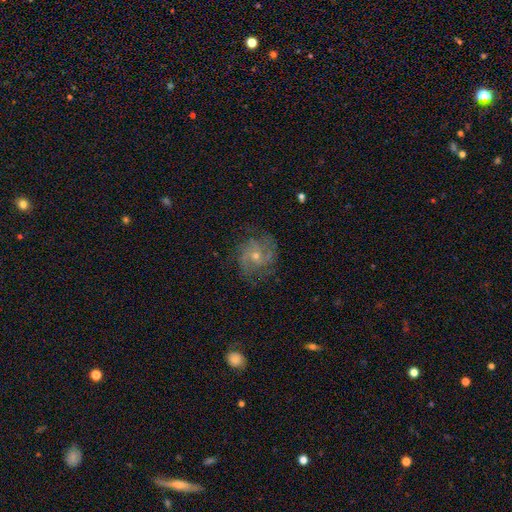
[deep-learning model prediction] A featured or disk galaxy (79%) with no bar (63%), 2 (51%) medium (49%) spiral arms (95%) and a small central bulge (55%).

Vote fractions:
- Smooth or featured? featured or disk: 79% / smooth: 11% / star or artifact: 10%
- Edge-on disk? no: 98% / yes: 2%
- Bar? no: 63% / weak: 31% / strong: 6%
- Spiral arms? yes: 95% / no: 5%
- Spiral winding? medium: 49% / tight: 34% / loose: 17%
- Spiral arm count? 2: 51% / 3: 18% / can't tell: 17% / 4: 5% / 1: 4% / more than 4: 4%
- Bulge size? small: 55% / moderate: 41% / none: 2% / large: 2% / dominant: 1%
- Merging? none: 76% / minor disturbance: 16% / major disturbance: 7% / merger: 1%